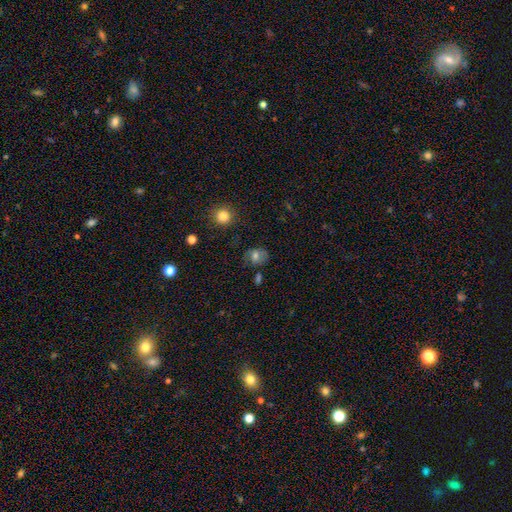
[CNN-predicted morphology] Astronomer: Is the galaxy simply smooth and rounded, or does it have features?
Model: smooth — 68%.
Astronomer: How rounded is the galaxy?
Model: round — 54% (runner-up: in between, 45%).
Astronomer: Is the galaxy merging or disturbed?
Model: none — 61%.